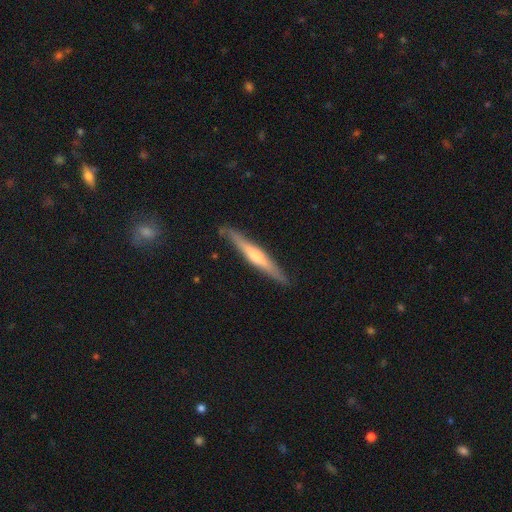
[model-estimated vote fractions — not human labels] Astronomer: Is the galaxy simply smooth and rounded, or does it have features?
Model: featured or disk — 63%.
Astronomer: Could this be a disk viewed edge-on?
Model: yes — 96%.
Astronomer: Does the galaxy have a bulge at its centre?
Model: rounded — 76%.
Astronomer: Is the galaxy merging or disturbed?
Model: none — 87%.